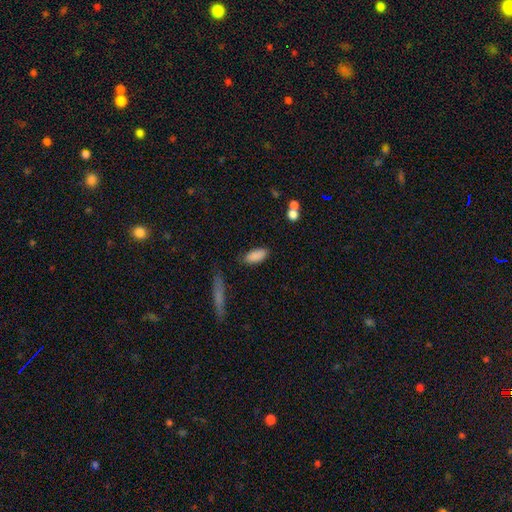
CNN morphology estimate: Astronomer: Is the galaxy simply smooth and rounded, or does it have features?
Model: smooth — 88%.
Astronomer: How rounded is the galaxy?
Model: in between — 83%.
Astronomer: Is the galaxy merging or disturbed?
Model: none — 82%.